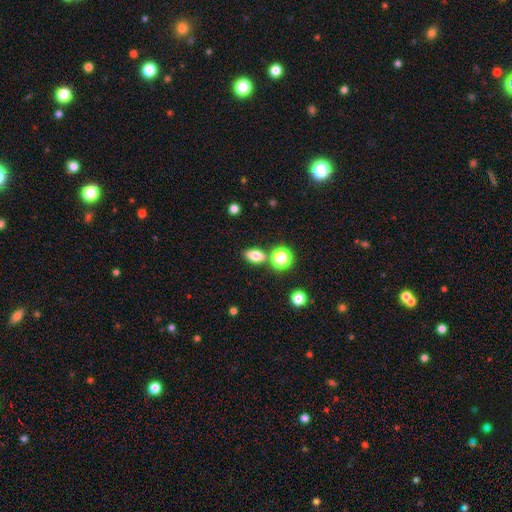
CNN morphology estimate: Smooth or featured: smooth — 75% (star or artifact — 14%)
How rounded: in between — 79% (round — 16%)
Merging: none — 77% (minor disturbance — 10%)